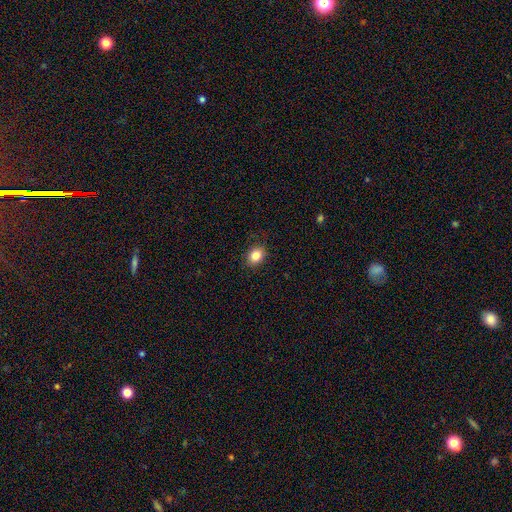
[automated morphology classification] A smooth galaxy with no disk features (85%) that is in between round and cigar-shaped (57%).

Vote fractions:
- Smooth or featured? smooth: 85% / star or artifact: 10% / featured or disk: 6%
- How rounded? in between: 57% / round: 42% / cigar-shaped: 1%
- Merging? none: 86% / minor disturbance: 11% / major disturbance: 3% / merger: 1%